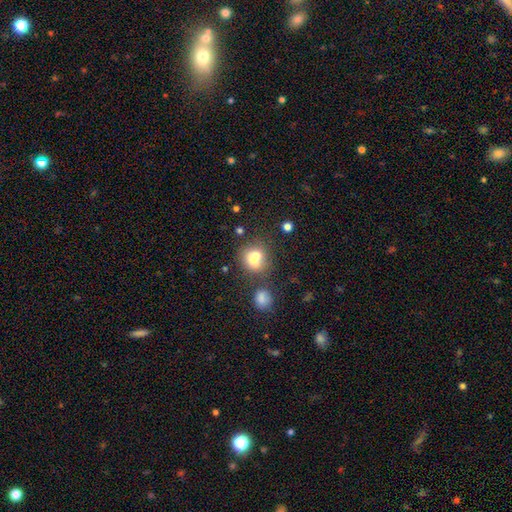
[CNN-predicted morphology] A smooth galaxy with no disk features (67%) that is round (72%). Merging: merger (51%).